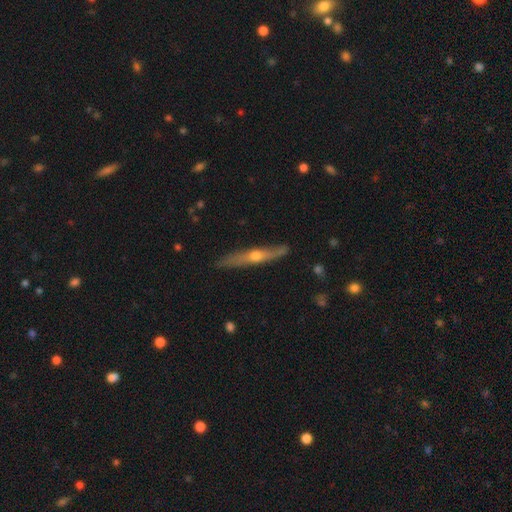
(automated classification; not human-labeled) featured or disk 68%, smooth 24%, star or artifact 8%. Down the decision tree: edge-on disk — yes (92%); edge-on bulge — rounded (90%); merging — none (87%).